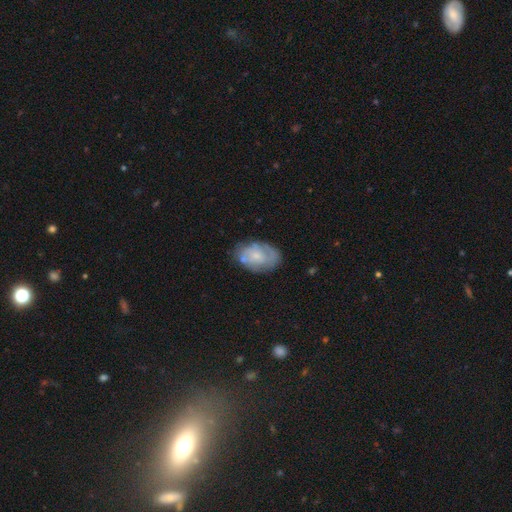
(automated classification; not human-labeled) The model was most divided on "smooth or featured": featured or disk: 53%, smooth: 40%, star or artifact: 7%. More confident: edge-on disk — no (96%); bar — no (74%); merging — none (65%); spiral arms — yes (61%); bulge size — small (58%).